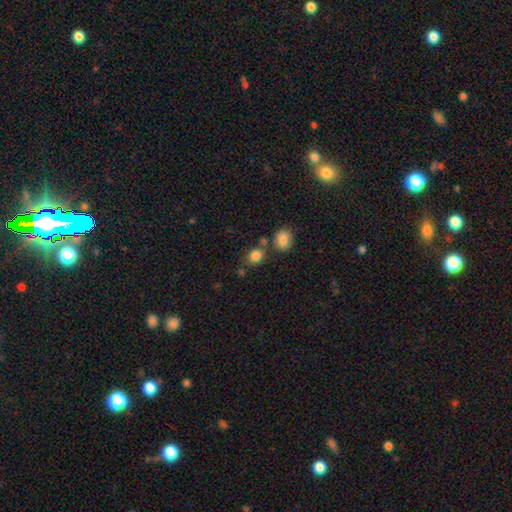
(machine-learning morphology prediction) smooth_or_featured: smooth (p=0.84) [alt: star or artifact p=0.10]
how_rounded: round (p=0.61) [alt: in between p=0.38]
merging: none (p=0.67) [alt: merger p=0.17]